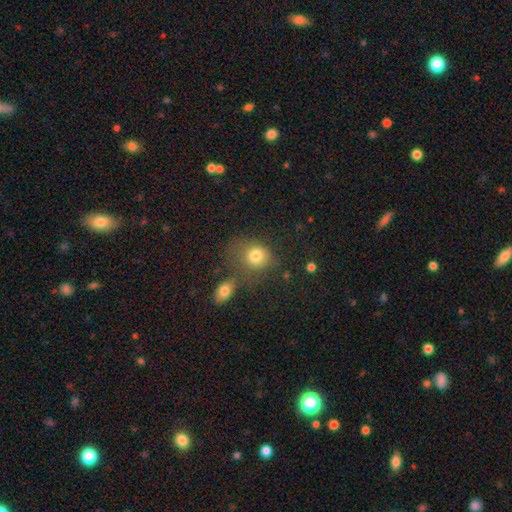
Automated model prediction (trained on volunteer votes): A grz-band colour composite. It shows a smooth galaxy with no disk features (79%) that is round (69%). Merging: none (49%).